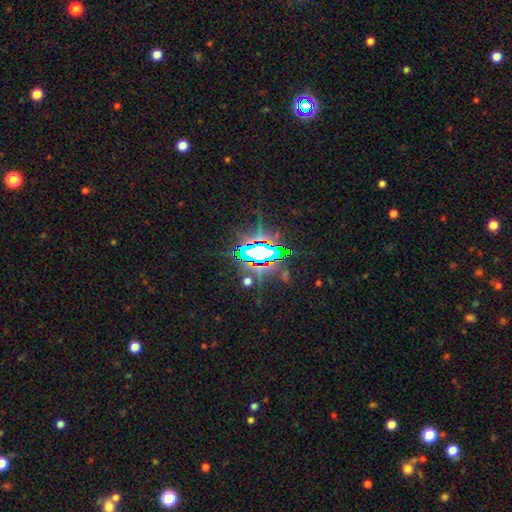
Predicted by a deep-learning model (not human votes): Morphology: type=star or artifact (77%).